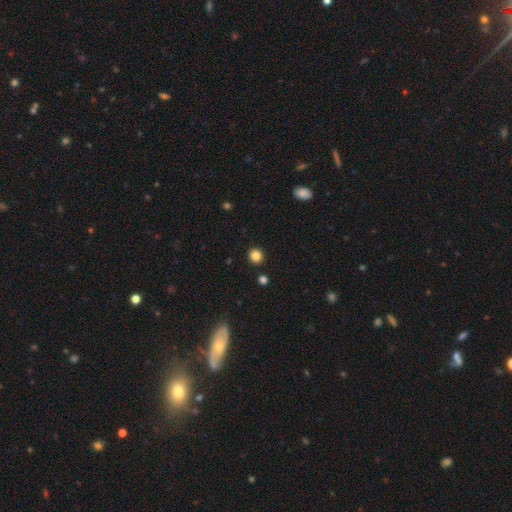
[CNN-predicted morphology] Smooth or featured? Predicted: smooth (p=0.84). How rounded? Predicted: round (p=0.92). Merging? Predicted: none (p=0.92).